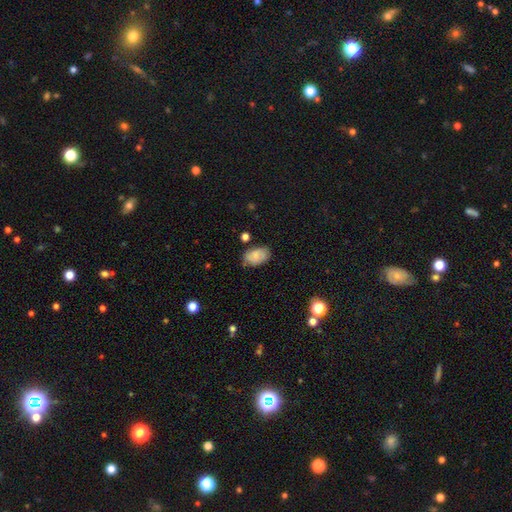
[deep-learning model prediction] Smooth or featured? smooth (77%)
How rounded? in between (90%)
Merging? none (72%)